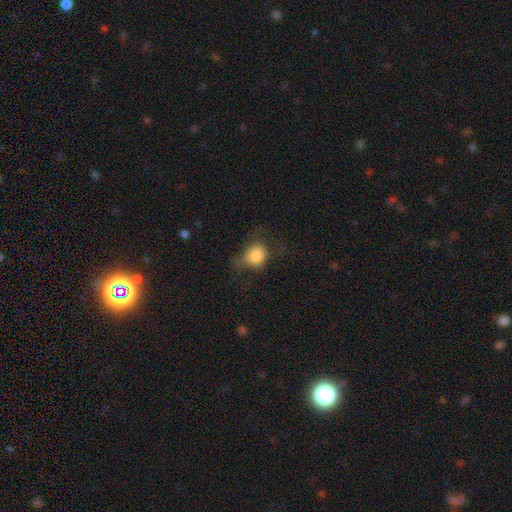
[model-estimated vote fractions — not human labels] smooth_or_featured: smooth (p=0.79) [alt: featured or disk p=0.12]
how_rounded: round (p=0.61) [alt: in between p=0.38]
merging: none (p=0.42) [alt: minor disturbance p=0.30]